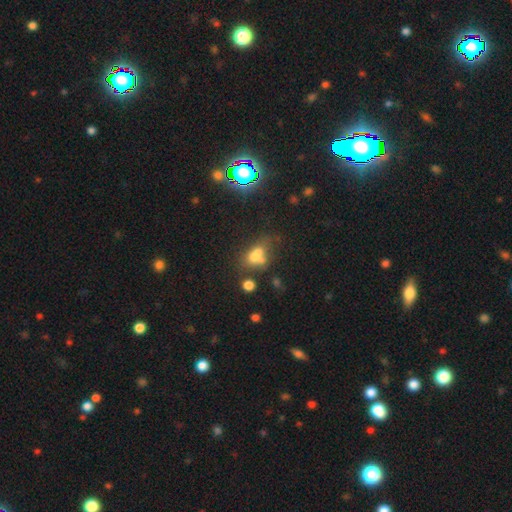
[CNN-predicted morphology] A smooth galaxy with no disk features (59%) that is in between round and cigar-shaped (69%). Merging: merger (44%).